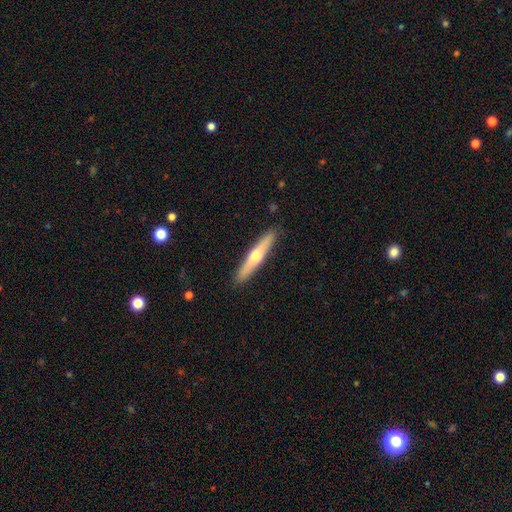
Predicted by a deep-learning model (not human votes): Smooth or featured?
  - featured or disk: 51% *
  - smooth: 44%
  - star or artifact: 5%
Edge-on disk?
  - yes: 93% *
  - no: 7%
Merging?
  - none: 90% *
  - minor disturbance: 7%
  - major disturbance: 1%
  - merger: 1%